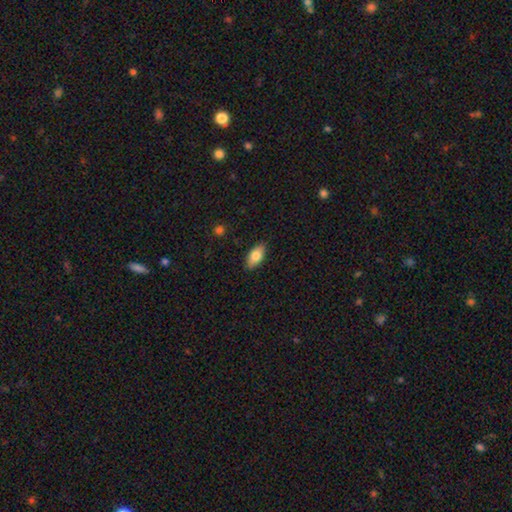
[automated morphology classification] This appears to be a smooth galaxy with no disk features (79%) that is in between round and cigar-shaped (90%). Merging: none (87%).